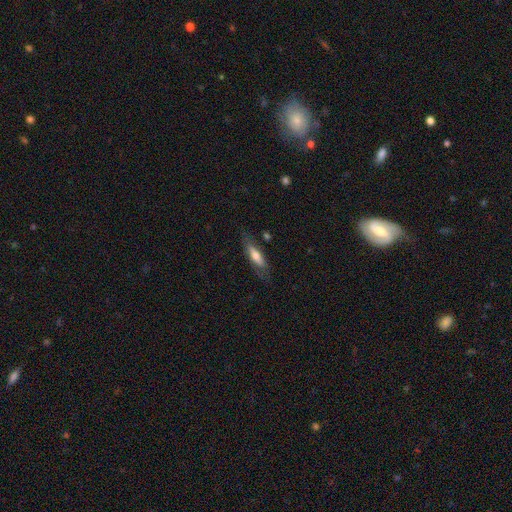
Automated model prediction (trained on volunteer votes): This is possibly a smooth galaxy (58%). How rounded: possibly cigar-shaped (55%). Merging: likely none (72%).